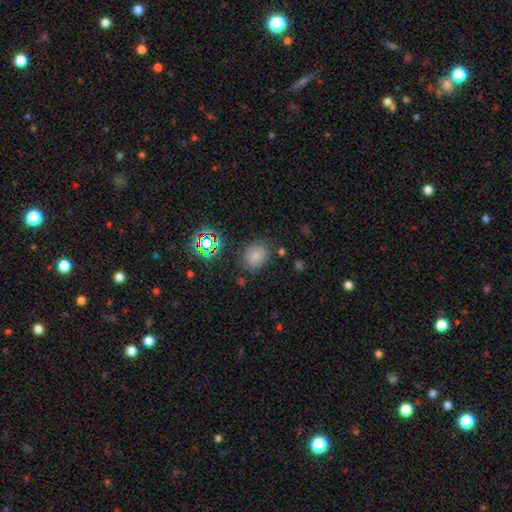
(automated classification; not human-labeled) Smooth or featured?
  - smooth: 71% *
  - star or artifact: 18%
  - featured or disk: 11%
How rounded?
  - round: 53% *
  - in between: 46%
  - cigar-shaped: 1%
Merging?
  - none: 74% *
  - minor disturbance: 16%
  - major disturbance: 5%
  - merger: 4%